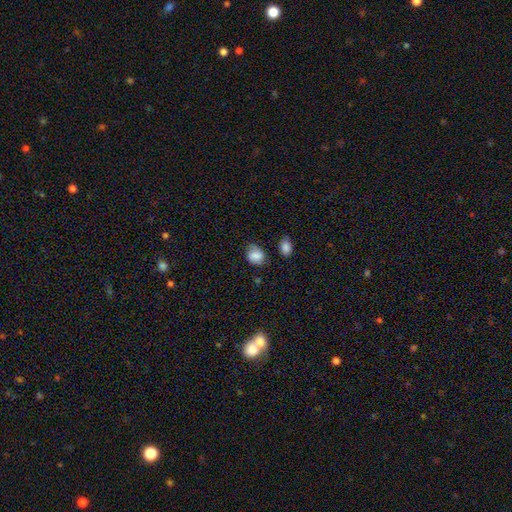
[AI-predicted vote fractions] This appears to be a smooth galaxy with no disk features (79%) that is in between round and cigar-shaped (58%). Merging: none (63%).